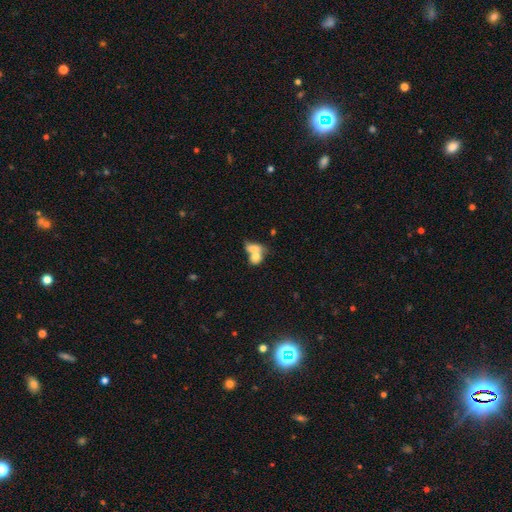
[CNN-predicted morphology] Smooth or featured? smooth (71%)
How rounded? in between (64%)
Merging? merger (69%)